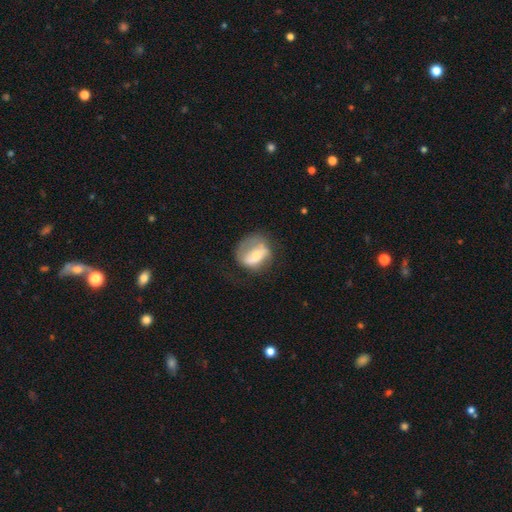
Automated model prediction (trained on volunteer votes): Overall: featured or disk (48%; smooth 44%). Merging: none (42%; major disturbance 29%).